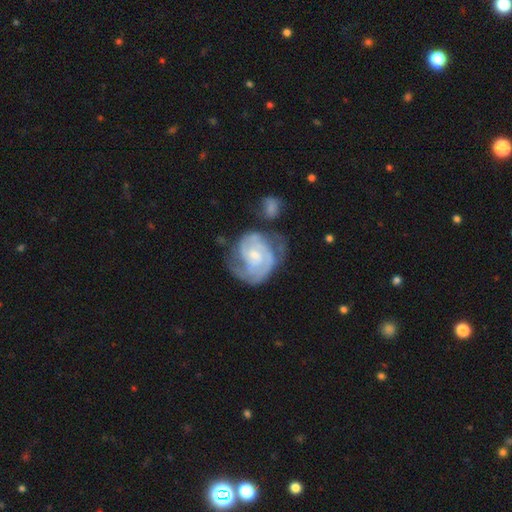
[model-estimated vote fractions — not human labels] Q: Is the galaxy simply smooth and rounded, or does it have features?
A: featured or disk — 84%.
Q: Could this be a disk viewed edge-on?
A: no — 98%.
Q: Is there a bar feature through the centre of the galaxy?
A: no — 55%.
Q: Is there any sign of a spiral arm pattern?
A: yes — 95%.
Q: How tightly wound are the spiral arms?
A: tight — 61%.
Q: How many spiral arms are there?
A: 2 — 52%.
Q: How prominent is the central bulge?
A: small — 58%.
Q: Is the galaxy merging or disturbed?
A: none — 47%.